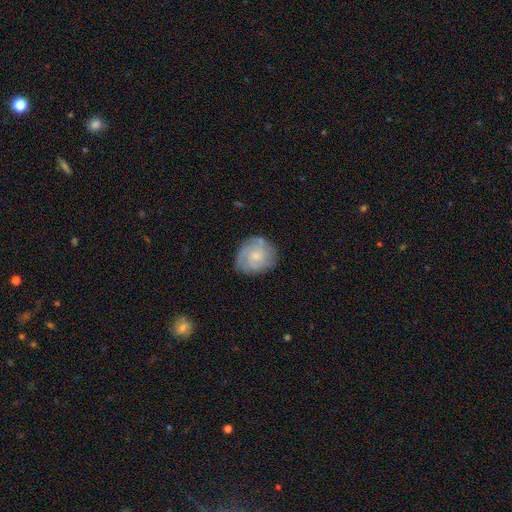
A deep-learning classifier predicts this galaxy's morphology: A featured or disk galaxy (64%) with no bar (72%), tight (59%) spiral arms (89%) and a small central bulge (56%).

Vote fractions:
- Smooth or featured? featured or disk: 64% / smooth: 30% / star or artifact: 6%
- Edge-on disk? no: 98% / yes: 2%
- Bar? no: 72% / weak: 25% / strong: 3%
- Spiral arms? yes: 89% / no: 11%
- Spiral winding? tight: 59% / medium: 32% / loose: 9%
- Spiral arm count? can't tell: 33% / 2: 26% / 3: 25% / 4: 8% / 1: 5% / more than 4: 4%
- Bulge size? small: 56% / moderate: 32% / none: 9% / large: 2% / dominant: 1%
- Merging? none: 74% / minor disturbance: 19% / major disturbance: 5% / merger: 2%